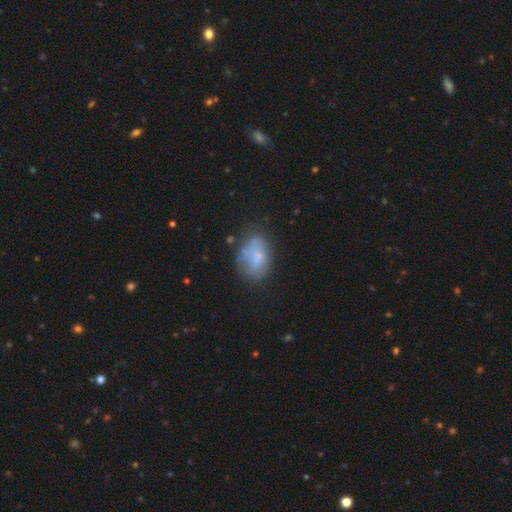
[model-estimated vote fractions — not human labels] Overall: smooth (68%). How rounded: in between (80%). Merging: none (53%; minor disturbance 29%).